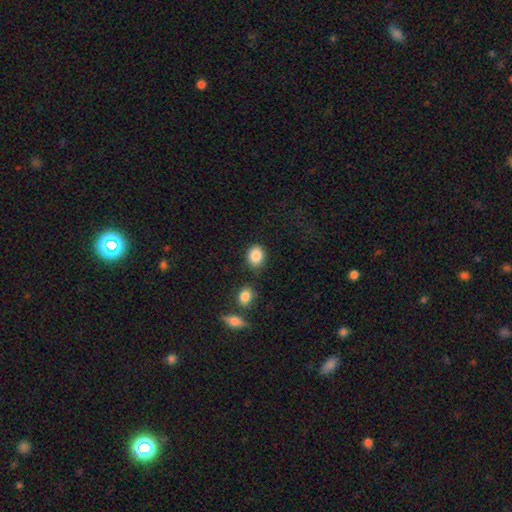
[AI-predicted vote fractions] A smooth galaxy with no disk features (87%) that is in between round and cigar-shaped (58%).

Vote fractions:
- Smooth or featured? smooth: 87% / star or artifact: 8% / featured or disk: 5%
- How rounded? in between: 58% / round: 41% / cigar-shaped: 1%
- Merging? none: 75% / minor disturbance: 15% / merger: 6% / major disturbance: 4%